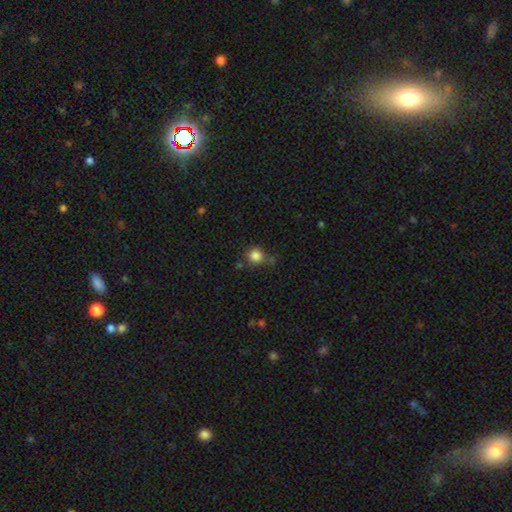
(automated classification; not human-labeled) Smooth or featured? smooth (84%)
How rounded? round (89%)
Merging? none (71%)